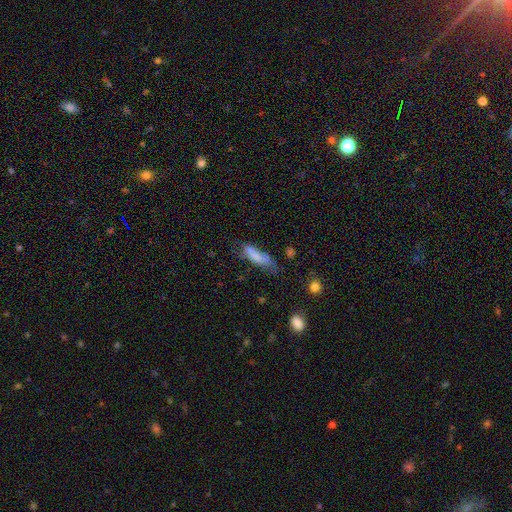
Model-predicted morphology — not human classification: Overall: smooth (74%). How rounded: cigar-shaped (57%; in between 40%). Merging: none (40%; minor disturbance 34%).